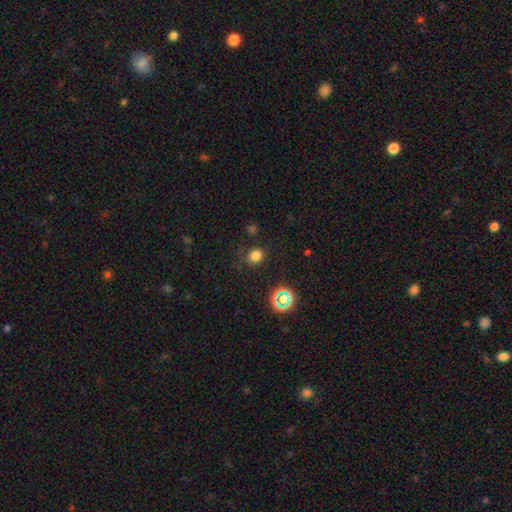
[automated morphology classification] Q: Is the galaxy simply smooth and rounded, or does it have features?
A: smooth — 76%.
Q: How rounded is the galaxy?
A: round — 81%.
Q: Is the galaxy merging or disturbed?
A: none — 81%.